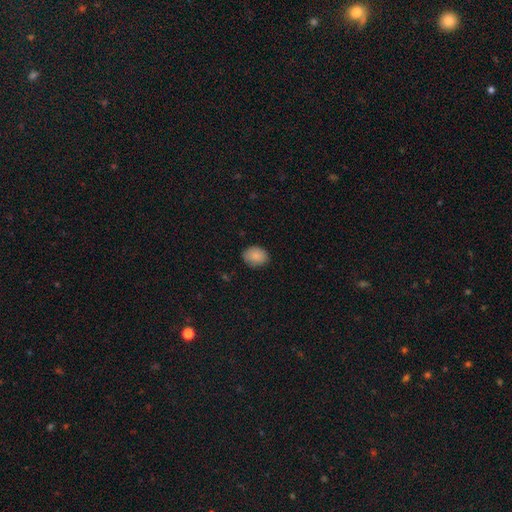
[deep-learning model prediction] The model was most divided on "how rounded": in between: 57%, round: 42%, cigar-shaped: 1%. More confident: smooth or featured — smooth (88%); merging — none (84%).